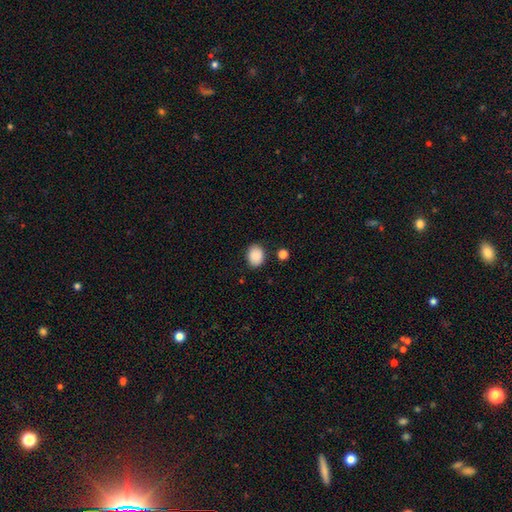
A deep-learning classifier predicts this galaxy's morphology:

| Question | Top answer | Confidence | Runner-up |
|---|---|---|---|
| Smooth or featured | smooth | 89% | star or artifact (8%) |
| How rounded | in between | 53% | round (46%) |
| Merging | none | 83% | minor disturbance (11%) |